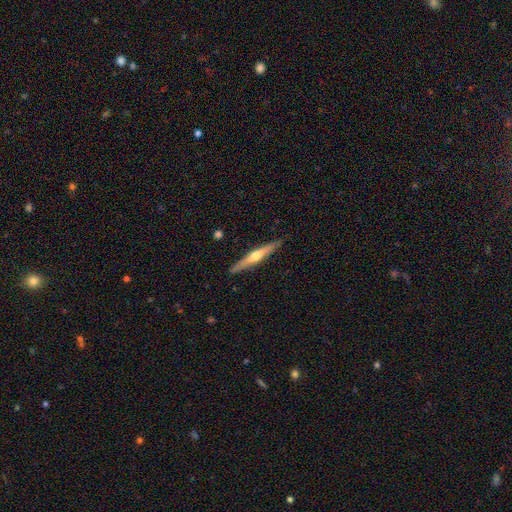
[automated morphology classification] type=featured or disk (62%); edge-on=yes (97%); edge-on bulge=rounded (84%); merging=none (89%).